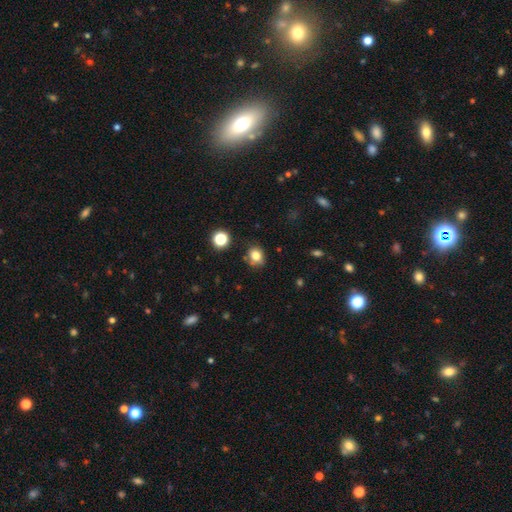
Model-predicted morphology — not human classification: Overall: smooth (79%). How rounded: round (60%; in between 39%). Merging: none (72%).